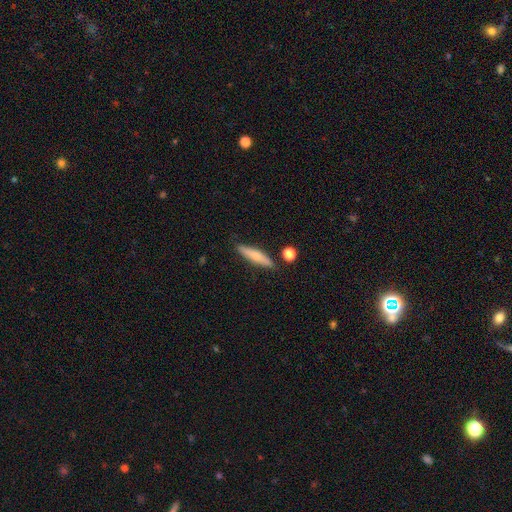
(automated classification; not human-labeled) Q: Smooth or featured?
A: smooth (61%); runner-up: featured or disk (32%)
Q: How rounded?
A: cigar-shaped (80%); runner-up: in between (18%)
Q: Merging?
A: none (83%); runner-up: minor disturbance (11%)